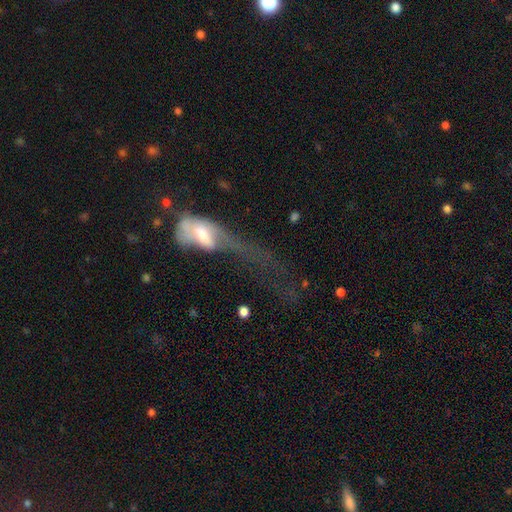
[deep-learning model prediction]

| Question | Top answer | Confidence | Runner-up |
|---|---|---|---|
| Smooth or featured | featured or disk | 45% | smooth (35%) |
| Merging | major disturbance | 63% | none (15%) |